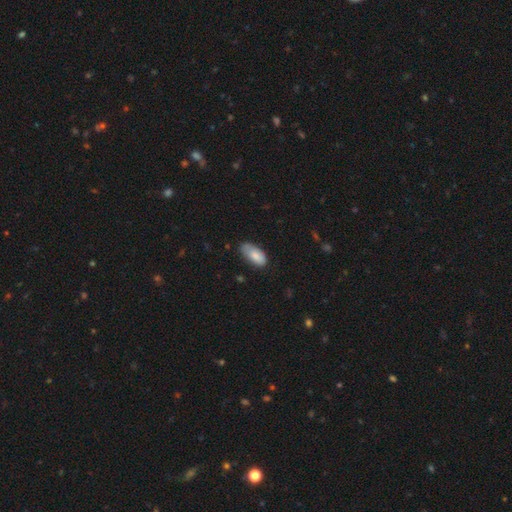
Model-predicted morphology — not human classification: Q: Smooth or featured?
A: smooth (82%); runner-up: featured or disk (12%)
Q: How rounded?
A: in between (92%); runner-up: cigar-shaped (6%)
Q: Merging?
A: none (56%); runner-up: minor disturbance (35%)